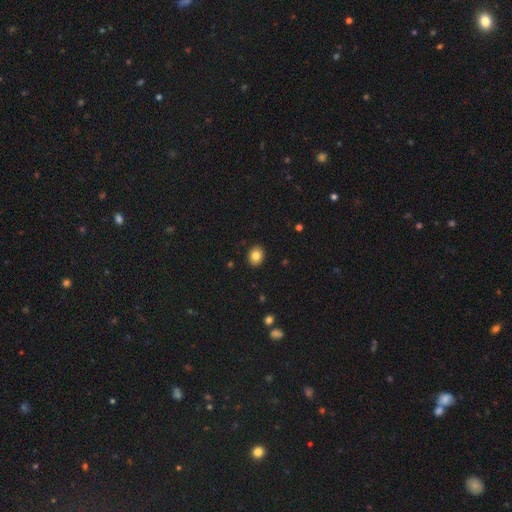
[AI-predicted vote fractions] The model was most divided on "how rounded": round: 55%, in between: 45%, cigar-shaped: 1%. More confident: merging — none (91%); smooth or featured — smooth (82%).